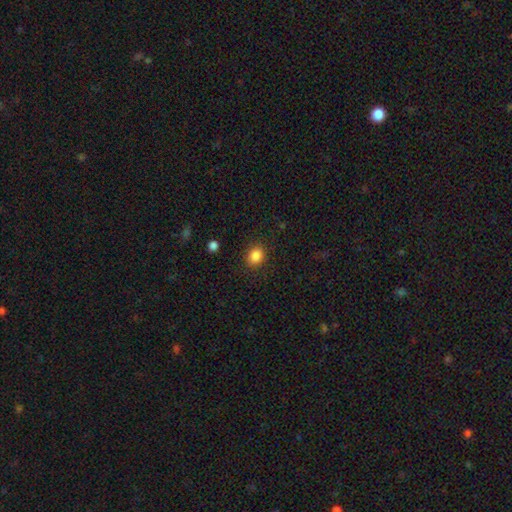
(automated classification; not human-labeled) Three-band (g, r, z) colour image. It shows a smooth galaxy with no disk features (86%) that is round (56%). Merging: none (87%).